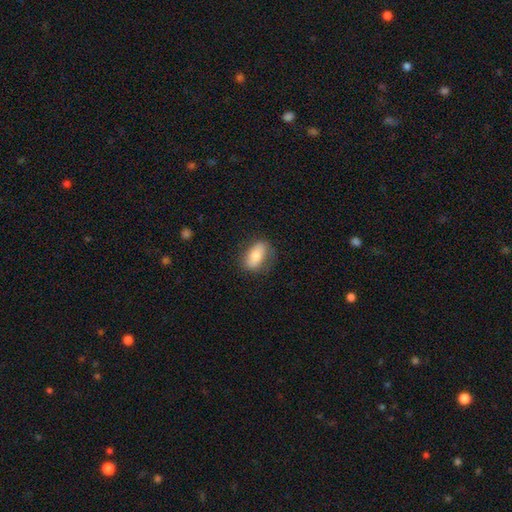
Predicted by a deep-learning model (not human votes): This appears to be a smooth galaxy with no disk features (74%) that is in between round and cigar-shaped (89%). Merging: none (74%).